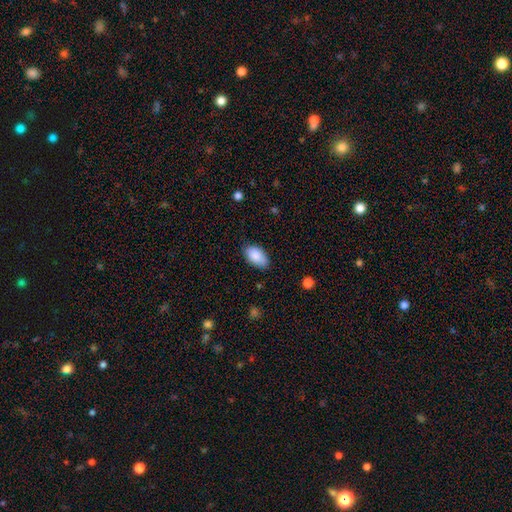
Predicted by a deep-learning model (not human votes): This is clearly a smooth galaxy (88%). How rounded: clearly in between (94%). Merging: likely none (80%).